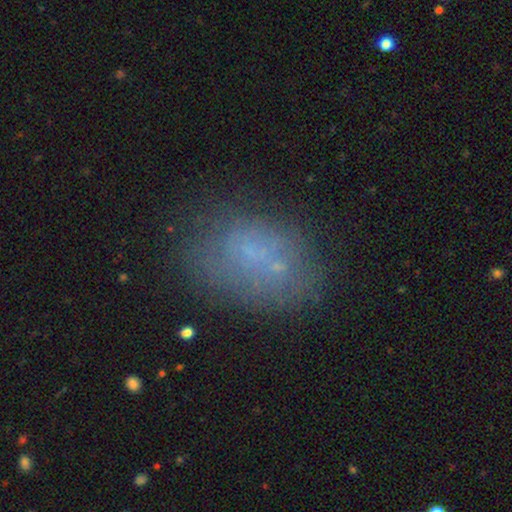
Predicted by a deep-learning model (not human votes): Smooth or featured? smooth (56%)
How rounded? in between (83%)
Merging? none (60%)